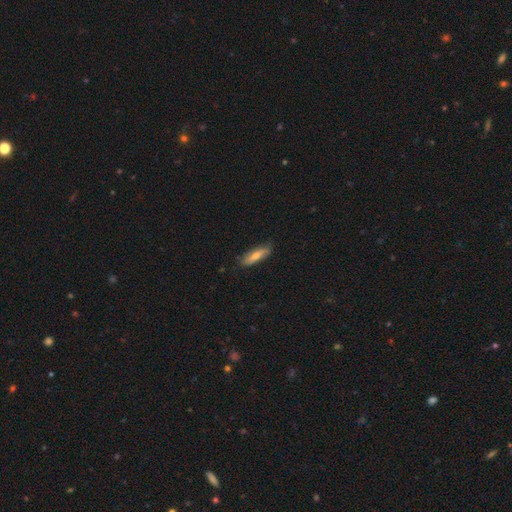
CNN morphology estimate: smooth_or_featured: smooth (p=0.62) [alt: featured or disk p=0.32]
how_rounded: cigar-shaped (p=0.55) [alt: in between p=0.43]
merging: none (p=0.78) [alt: minor disturbance p=0.18]